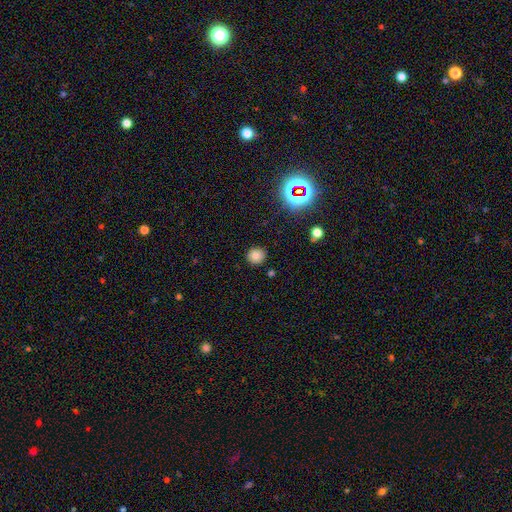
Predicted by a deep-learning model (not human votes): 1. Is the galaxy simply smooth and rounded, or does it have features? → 79% smooth, 15% star or artifact, 6% featured or disk.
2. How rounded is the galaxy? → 90% round, 9% in between, 1% cigar-shaped.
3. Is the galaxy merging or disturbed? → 89% none, 7% minor disturbance, 2% major disturbance, 2% merger.